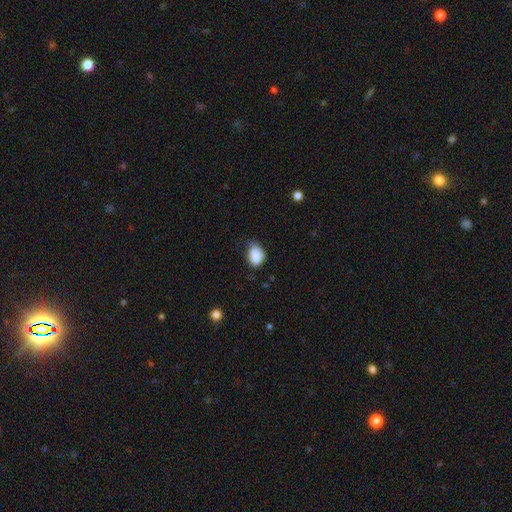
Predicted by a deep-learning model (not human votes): smooth-or-featured: smooth: 87% | star or artifact: 8% | featured or disk: 5%
  how-rounded: in between: 75% | round: 23% | cigar-shaped: 1%
  merging: none: 52% | minor disturbance: 37% | major disturbance: 8% | merger: 2%